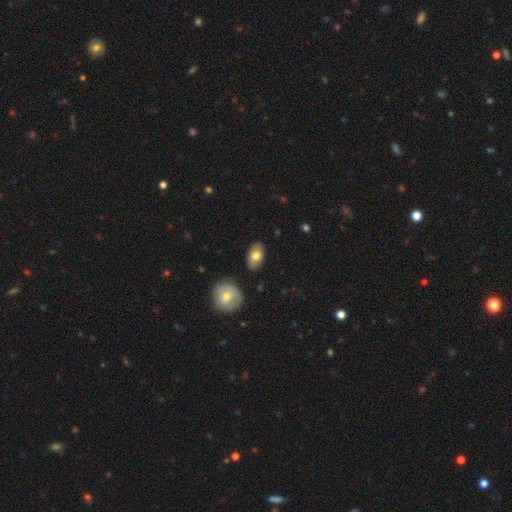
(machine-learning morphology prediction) Smooth or featured: smooth — 73% (featured or disk — 21%)
How rounded: in between — 91% (round — 7%)
Merging: none — 85% (minor disturbance — 10%)